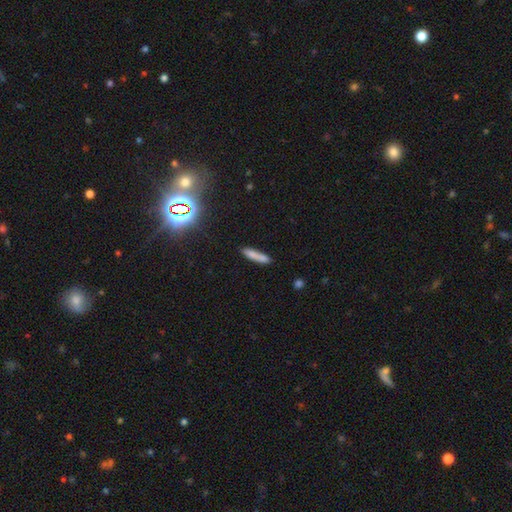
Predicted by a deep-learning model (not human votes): smooth-or-featured: smooth: 81% | featured or disk: 11% | star or artifact: 8%
  how-rounded: cigar-shaped: 87% | in between: 12% | round: 2%
  merging: none: 78% | minor disturbance: 14% | merger: 5% | major disturbance: 3%